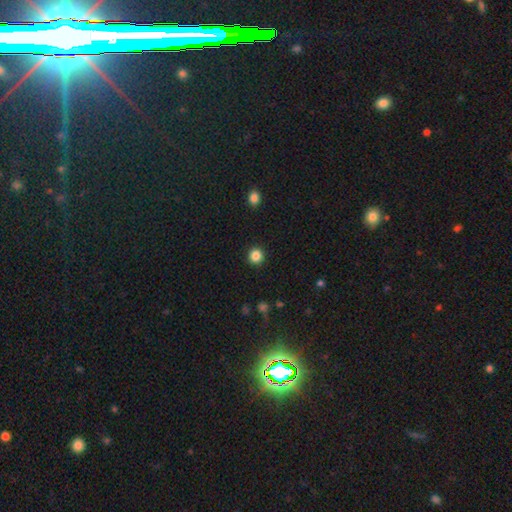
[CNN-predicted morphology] type=smooth (85%); roundness=round (94%); merging=none (93%).